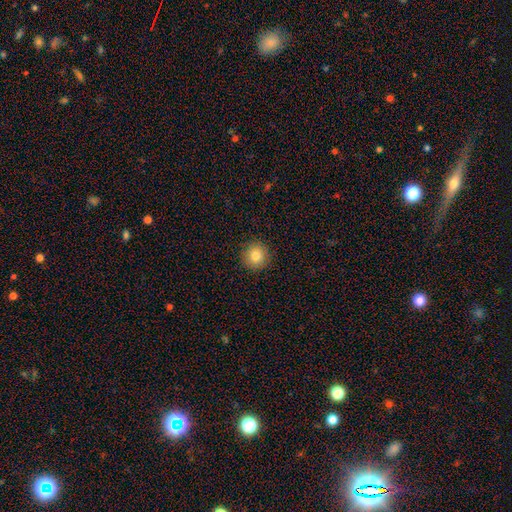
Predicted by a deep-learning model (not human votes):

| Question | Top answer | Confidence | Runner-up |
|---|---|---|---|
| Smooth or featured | smooth | 82% | star or artifact (10%) |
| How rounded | round | 95% | in between (4%) |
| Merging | none | 92% | minor disturbance (5%) |